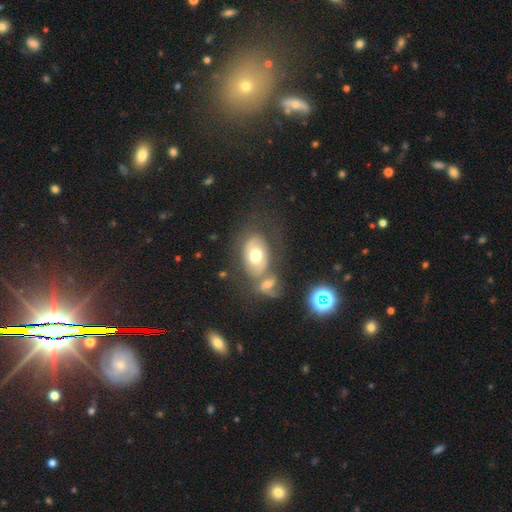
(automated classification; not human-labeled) The model was most divided on "smooth or featured": smooth: 51%, featured or disk: 40%, star or artifact: 9%. Remaining: how rounded — in between (81%); merging — none (45%).